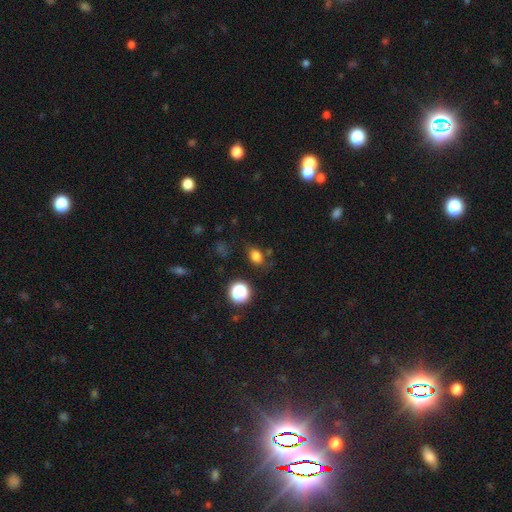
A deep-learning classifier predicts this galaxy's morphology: Smooth or featured?
  - smooth: 78% *
  - star or artifact: 16%
  - featured or disk: 7%
How rounded?
  - in between: 70% *
  - round: 28%
  - cigar-shaped: 2%
Merging?
  - none: 75% *
  - minor disturbance: 16%
  - major disturbance: 5%
  - merger: 4%